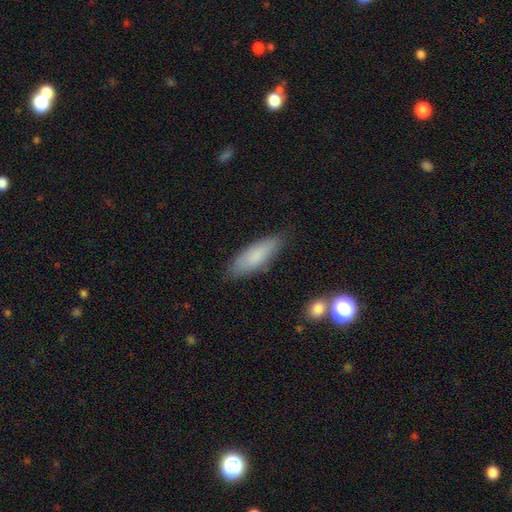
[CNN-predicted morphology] Q: Smooth or featured?
A: smooth (82%); runner-up: featured or disk (11%)
Q: How rounded?
A: in between (59%); runner-up: cigar-shaped (39%)
Q: Merging?
A: none (82%); runner-up: minor disturbance (13%)